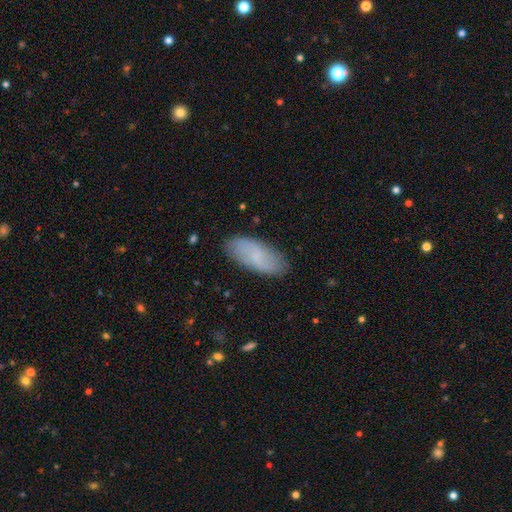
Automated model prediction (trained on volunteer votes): smooth_or_featured: smooth (p=0.65) [alt: featured or disk p=0.28]
how_rounded: in between (p=0.84) [alt: cigar-shaped p=0.14]
merging: none (p=0.86) [alt: minor disturbance p=0.11]